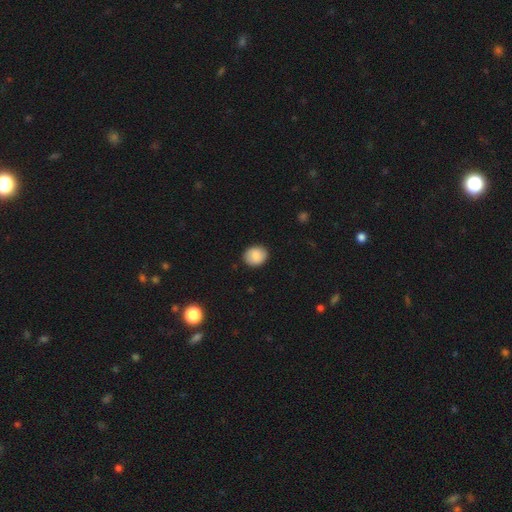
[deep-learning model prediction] Smooth or featured? Predicted: smooth (p=0.85). How rounded? Predicted: round (p=0.63). Merging? Predicted: none (p=0.88).